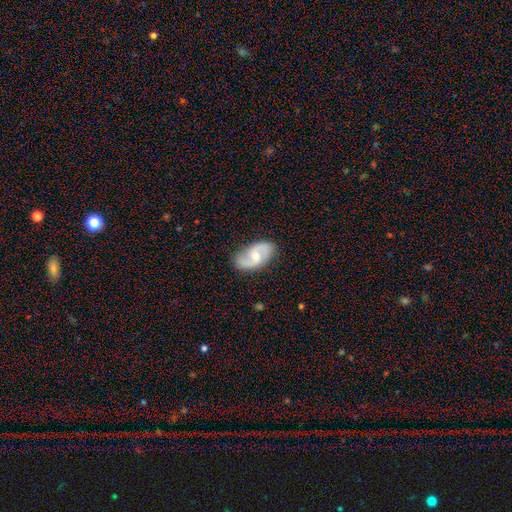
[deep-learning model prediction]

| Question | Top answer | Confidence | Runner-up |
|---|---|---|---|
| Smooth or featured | featured or disk | 77% | smooth (17%) |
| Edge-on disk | no | 97% | yes (3%) |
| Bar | weak | 47% | no (44%) |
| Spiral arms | yes | 94% | no (6%) |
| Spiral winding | medium | 46% | loose (37%) |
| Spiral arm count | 2 | 90% | can't tell (5%) |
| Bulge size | moderate | 58% | small (36%) |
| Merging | none | 79% | minor disturbance (16%) |